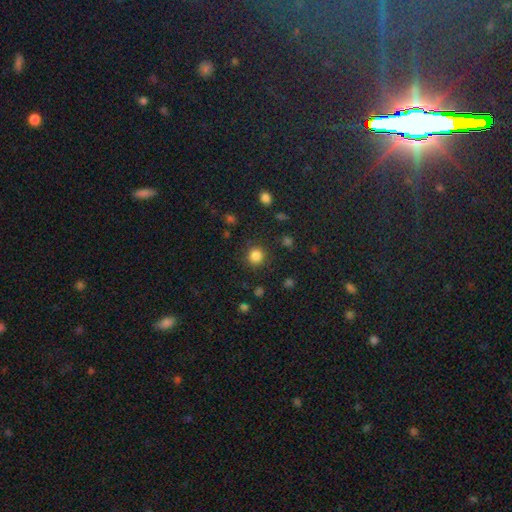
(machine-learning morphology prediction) Smooth or featured?
  - smooth: 83% *
  - star or artifact: 13%
  - featured or disk: 4%
How rounded?
  - round: 92% *
  - in between: 7%
  - cigar-shaped: 1%
Merging?
  - none: 88% *
  - minor disturbance: 7%
  - major disturbance: 3%
  - merger: 2%